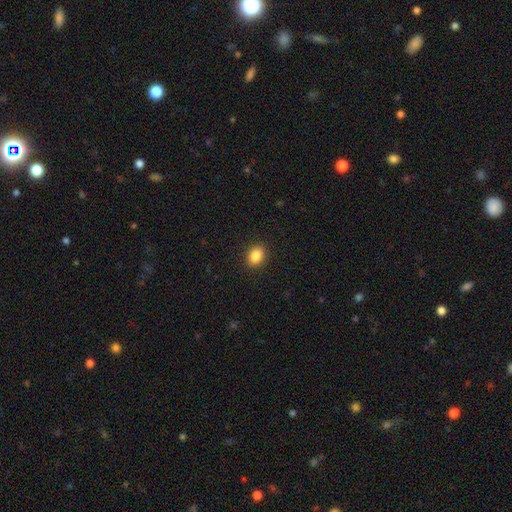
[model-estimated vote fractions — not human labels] Q: Smooth or featured?
A: smooth (87%); runner-up: star or artifact (9%)
Q: How rounded?
A: in between (61%); runner-up: round (38%)
Q: Merging?
A: none (91%); runner-up: minor disturbance (6%)